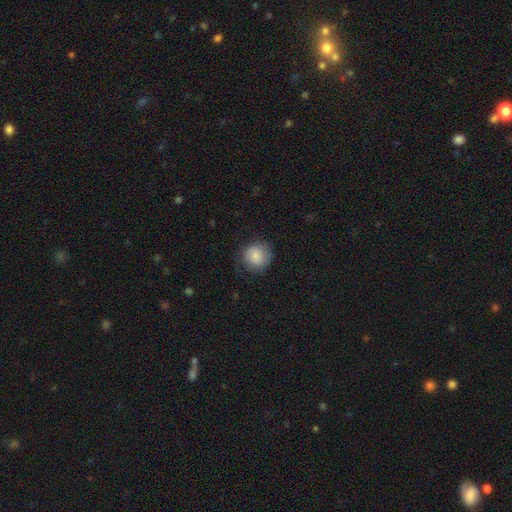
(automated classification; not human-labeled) A smooth galaxy with no disk features (83%) that is round (89%).

Vote fractions:
- Smooth or featured? smooth: 83% / featured or disk: 10% / star or artifact: 7%
- How rounded? round: 89% / in between: 10% / cigar-shaped: 1%
- Merging? none: 73% / minor disturbance: 20% / major disturbance: 7% / merger: 1%